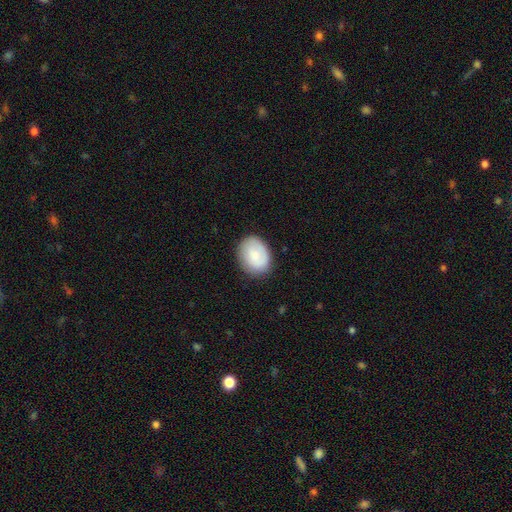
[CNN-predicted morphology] A smooth galaxy with no disk features (77%) that is in between round and cigar-shaped (63%). Merging: none (81%).